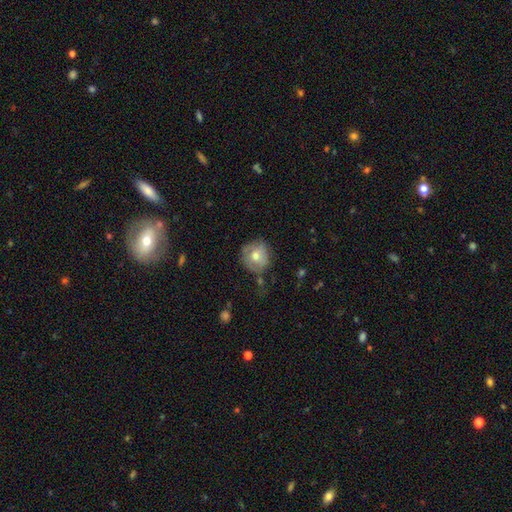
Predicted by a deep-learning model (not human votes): Smooth or featured? Predicted: smooth (p=0.65). How rounded? Predicted: round (p=0.86). Merging? Predicted: none (p=0.61).